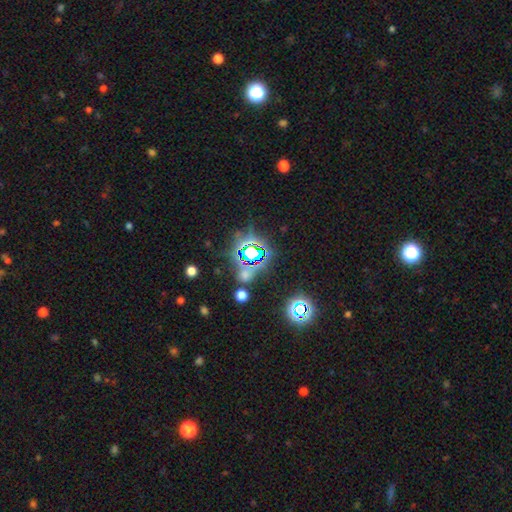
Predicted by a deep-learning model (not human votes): A star or artifact, not a galaxy (74%).